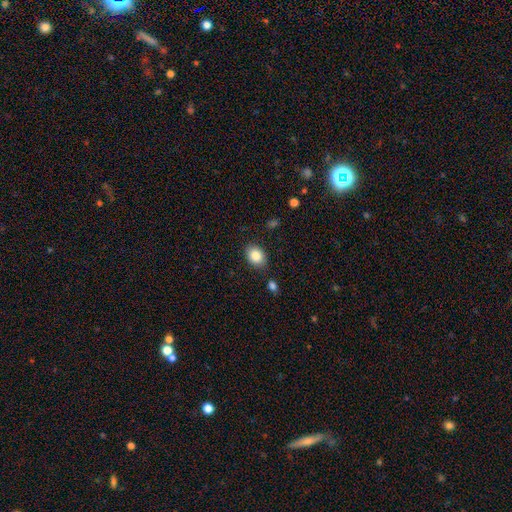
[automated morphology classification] This is clearly a smooth galaxy (86%). How rounded: likely in between (68%). Merging: clearly none (83%).